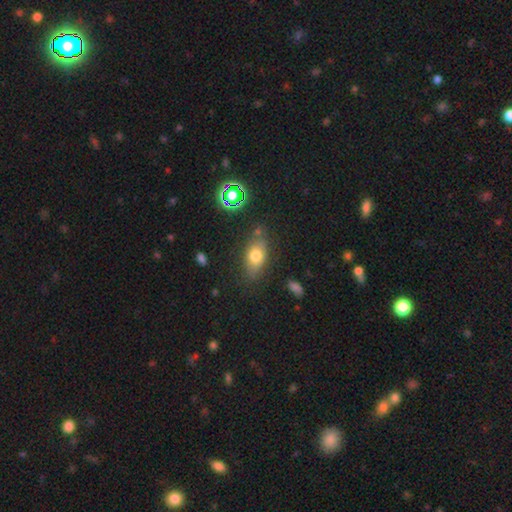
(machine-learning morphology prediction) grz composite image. It shows a smooth galaxy with no disk features (68%) that is in between round and cigar-shaped (79%). Merging: none (74%).